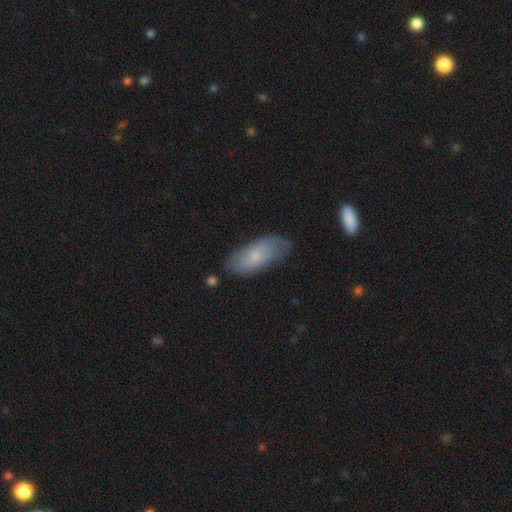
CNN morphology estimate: This appears to be a smooth galaxy with no disk features (66%) that is in between round and cigar-shaped (82%). Merging: none (70%).